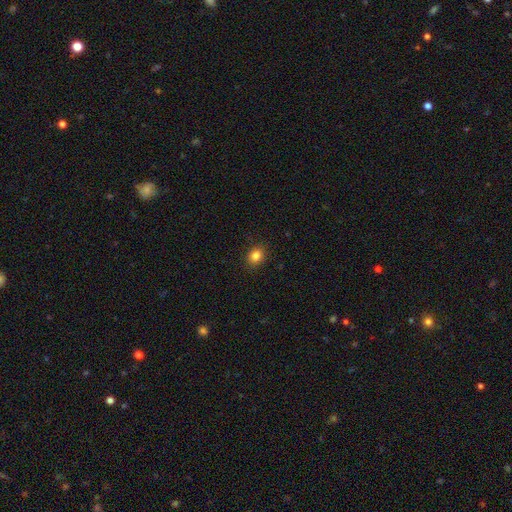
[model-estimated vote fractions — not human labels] Overall: smooth (84%). How rounded: round (60%; in between 39%). Merging: none (90%).